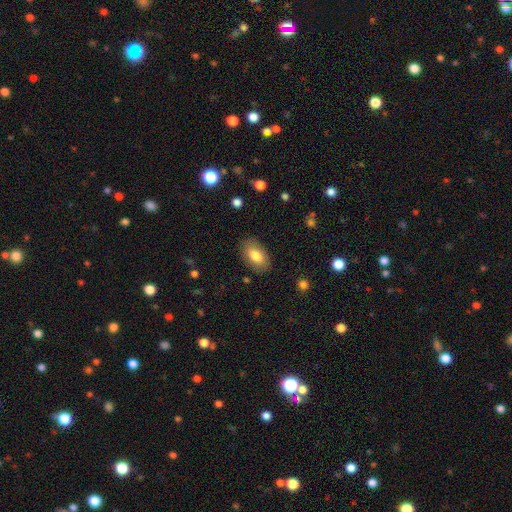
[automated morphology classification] Smooth or featured? smooth (80%)
How rounded? in between (92%)
Merging? none (84%)